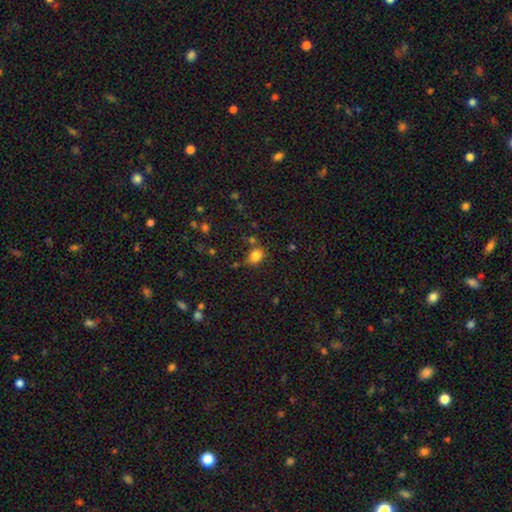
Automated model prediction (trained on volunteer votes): smooth_or_featured: smooth (p=0.83) [alt: star or artifact p=0.12]
how_rounded: in between (p=0.59) [alt: round p=0.40]
merging: none (p=0.72) [alt: minor disturbance p=0.15]